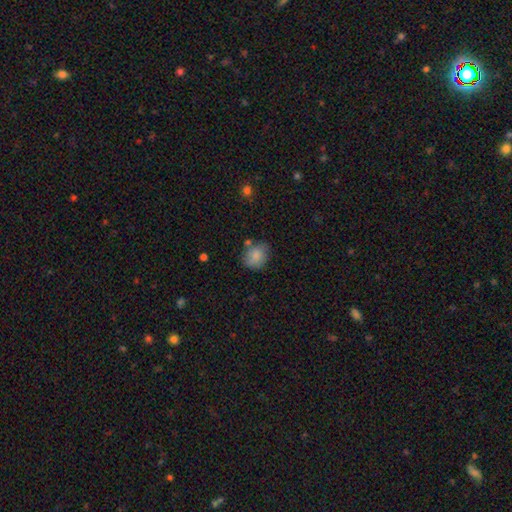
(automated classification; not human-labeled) Overall: smooth (83%). How rounded: round (63%; in between 36%). Merging: none (66%).